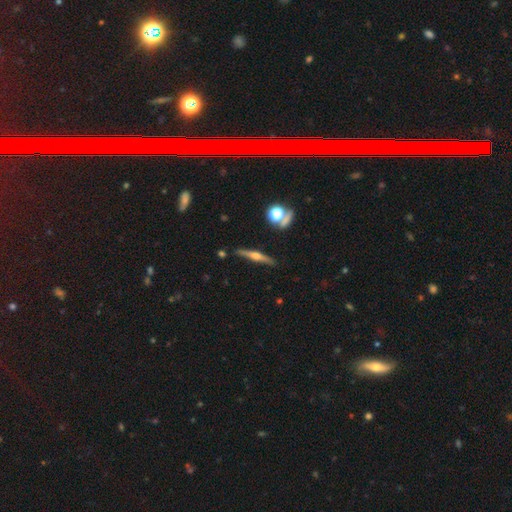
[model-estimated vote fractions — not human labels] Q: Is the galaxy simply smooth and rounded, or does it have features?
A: featured or disk — 70%.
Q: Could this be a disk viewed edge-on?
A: yes — 97%.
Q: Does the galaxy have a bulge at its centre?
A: rounded — 91%.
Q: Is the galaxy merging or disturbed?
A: none — 86%.